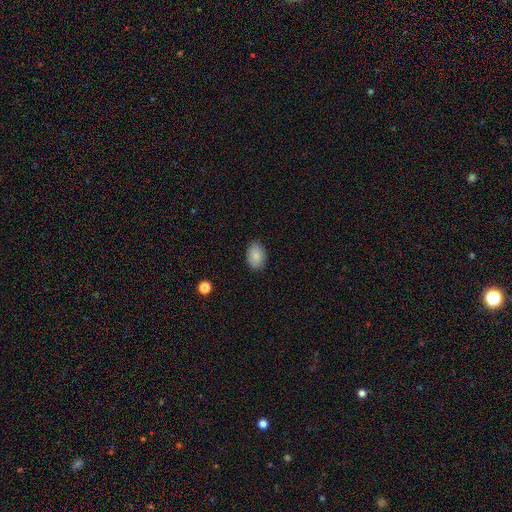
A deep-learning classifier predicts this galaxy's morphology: Smooth or featured? Predicted: smooth (p=0.87). How rounded? Predicted: in between (p=0.85). Merging? Predicted: none (p=0.85).